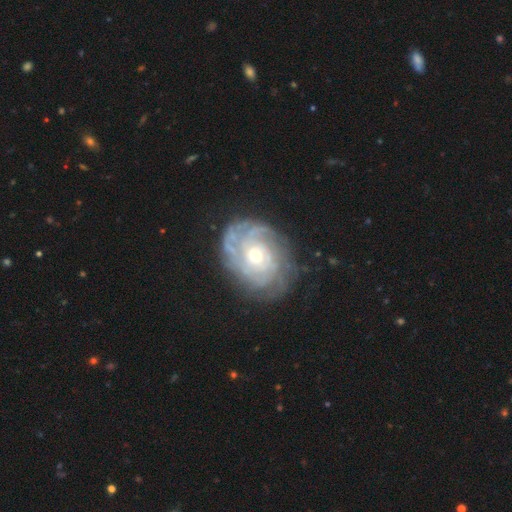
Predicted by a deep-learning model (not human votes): A featured or disk galaxy (83%) with no bar (81%), tight (72%) spiral arms (90%) and a moderate central bulge (52%). Merging: none (69%).